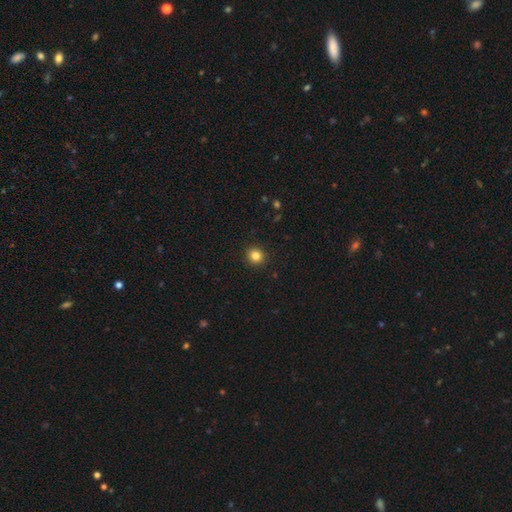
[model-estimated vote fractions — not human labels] A smooth galaxy with no disk features (83%) that is round (91%). Merging: none (93%).